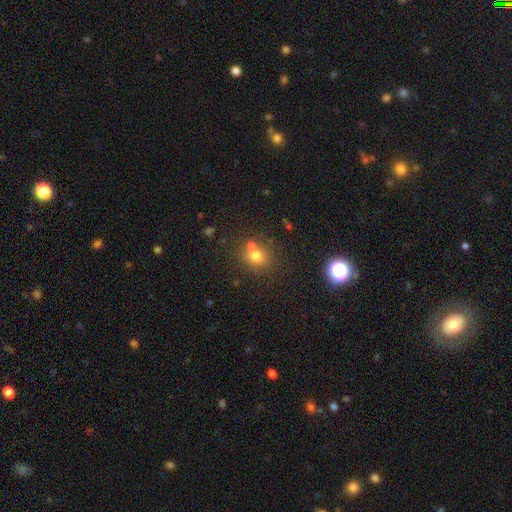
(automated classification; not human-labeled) A smooth galaxy with no disk features (73%) that is round (81%). Merging: none (62%).